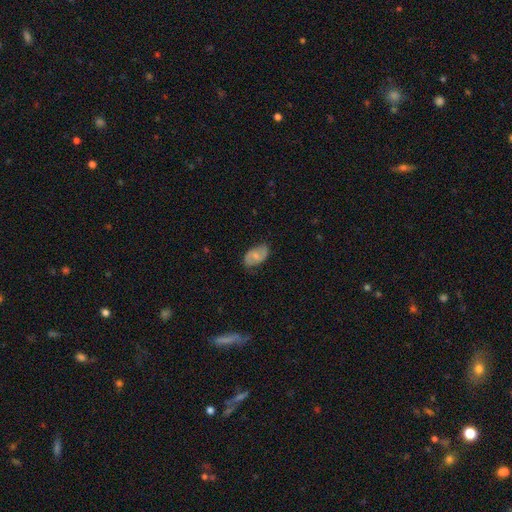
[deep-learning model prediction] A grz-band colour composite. It shows a featured or disk galaxy (50%). Merging: none (73%).